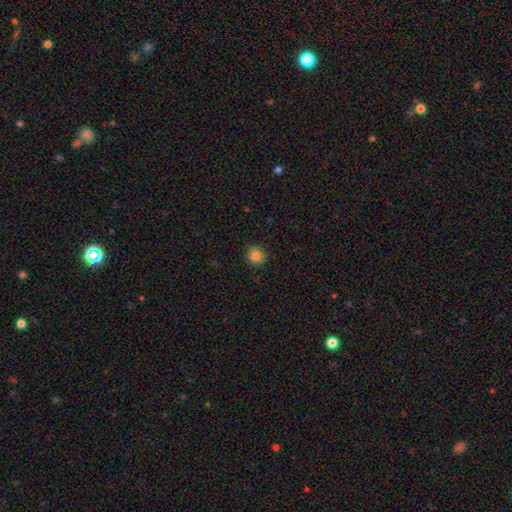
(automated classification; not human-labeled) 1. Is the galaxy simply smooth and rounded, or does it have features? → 84% smooth, 11% star or artifact, 5% featured or disk.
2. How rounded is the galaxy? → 82% round, 17% in between, 1% cigar-shaped.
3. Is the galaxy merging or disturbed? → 89% none, 8% minor disturbance, 2% major disturbance, 1% merger.